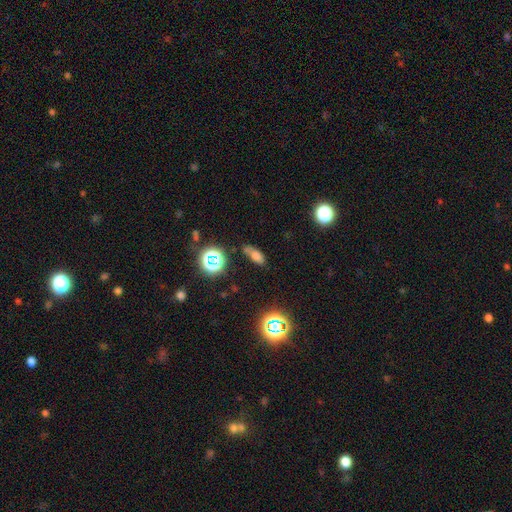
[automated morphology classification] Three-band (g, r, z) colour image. It shows a smooth galaxy with no disk features (65%) that is in between round and cigar-shaped (73%). Merging: none (55%).